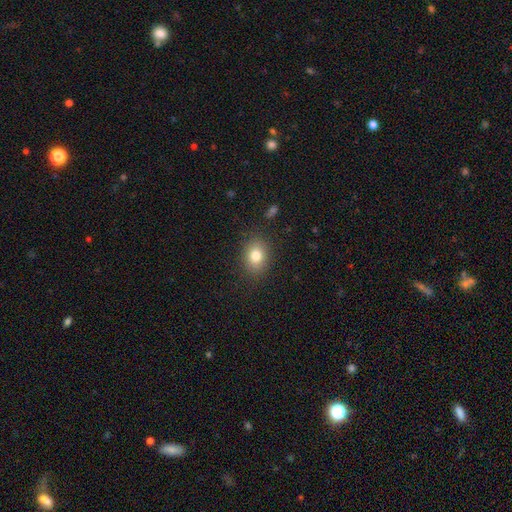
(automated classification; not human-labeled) smooth-or-featured: smooth: 79% | star or artifact: 11% | featured or disk: 10%
  how-rounded: in between: 57% | round: 42% | cigar-shaped: 1%
  merging: none: 86% | minor disturbance: 10% | major disturbance: 3% | merger: 1%